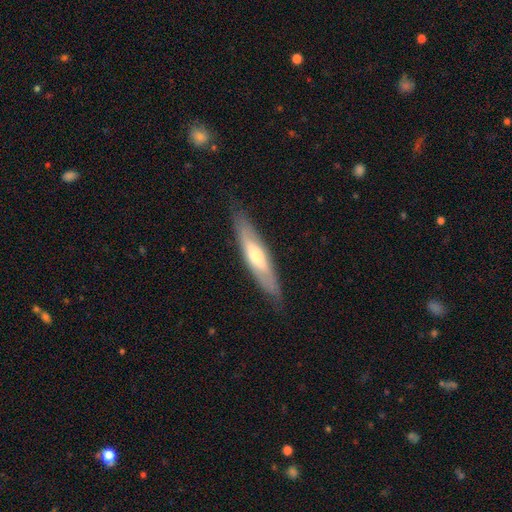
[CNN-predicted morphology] Q: Smooth or featured?
A: featured or disk (51%); runner-up: smooth (43%)
Q: Edge-on disk?
A: yes (68%); runner-up: no (32%)
Q: Merging?
A: none (82%); runner-up: minor disturbance (14%)